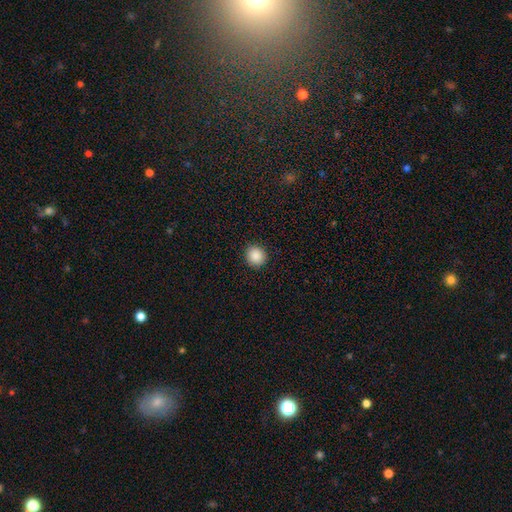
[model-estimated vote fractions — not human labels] smooth 88%, star or artifact 9%, featured or disk 3%. Down the decision tree: how rounded — round (92%); merging — none (92%).